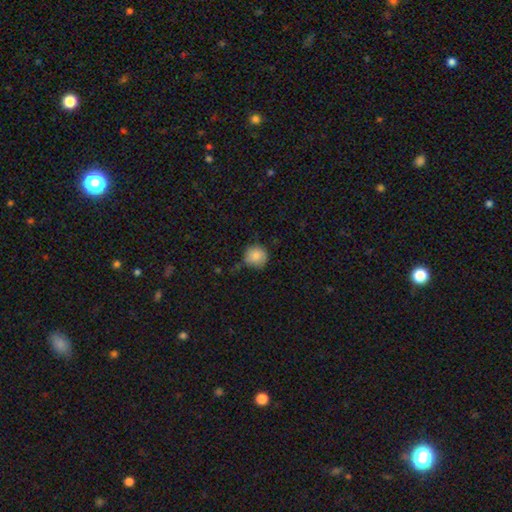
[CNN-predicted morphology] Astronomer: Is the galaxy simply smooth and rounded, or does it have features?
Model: smooth — 84%.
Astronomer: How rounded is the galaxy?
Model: round — 91%.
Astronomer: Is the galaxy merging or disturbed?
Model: none — 66%.